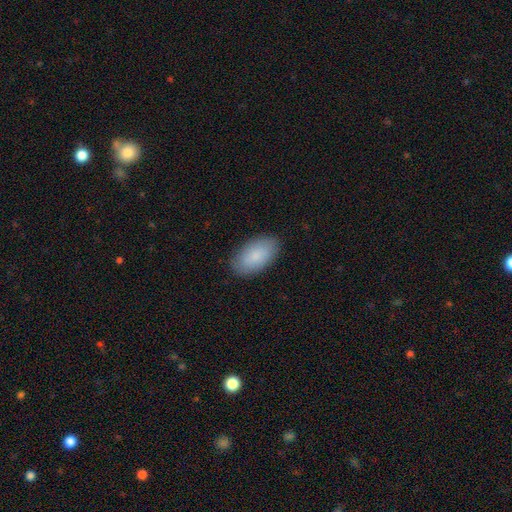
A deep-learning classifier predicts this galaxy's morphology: Smooth or featured?
  - smooth: 84% *
  - featured or disk: 10%
  - star or artifact: 6%
How rounded?
  - in between: 95% *
  - round: 3%
  - cigar-shaped: 2%
Merging?
  - none: 87% *
  - minor disturbance: 10%
  - major disturbance: 2%
  - merger: 1%